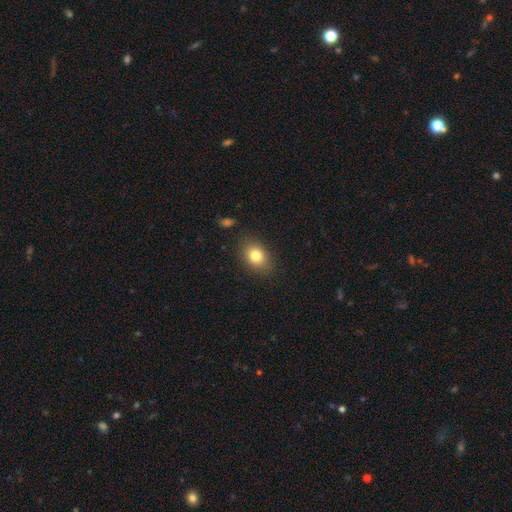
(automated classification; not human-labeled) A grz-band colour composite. It shows a smooth galaxy with no disk features (81%) that is in between round and cigar-shaped (64%). Merging: none (84%).